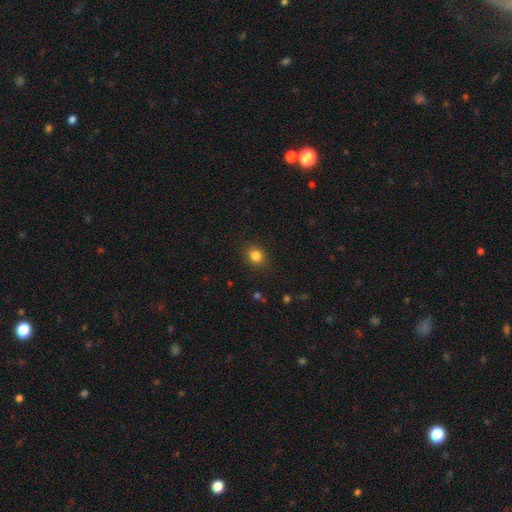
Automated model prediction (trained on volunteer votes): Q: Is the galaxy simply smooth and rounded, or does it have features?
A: smooth — 84%.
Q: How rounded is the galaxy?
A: round — 62%.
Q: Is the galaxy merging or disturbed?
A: none — 87%.